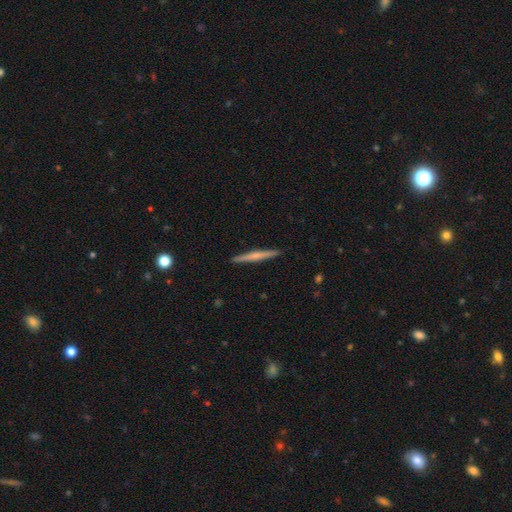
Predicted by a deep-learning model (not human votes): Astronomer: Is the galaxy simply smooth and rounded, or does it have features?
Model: featured or disk — 49% (runner-up: smooth, 45%).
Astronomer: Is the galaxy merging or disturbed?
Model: none — 92%.